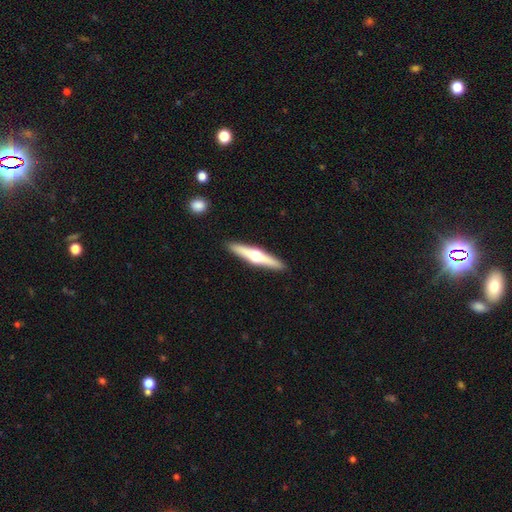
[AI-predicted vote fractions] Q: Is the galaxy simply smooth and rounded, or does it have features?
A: featured or disk — 66%.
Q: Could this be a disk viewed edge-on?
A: yes — 97%.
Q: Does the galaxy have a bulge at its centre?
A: rounded — 95%.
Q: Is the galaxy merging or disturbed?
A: none — 92%.